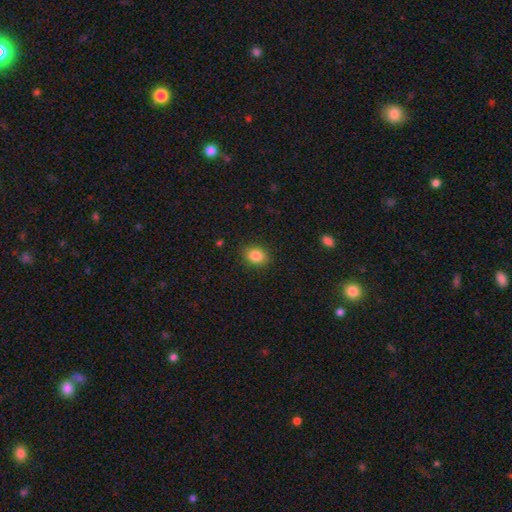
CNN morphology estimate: Smooth or featured? smooth (86%)
How rounded? in between (56%)
Merging? none (87%)